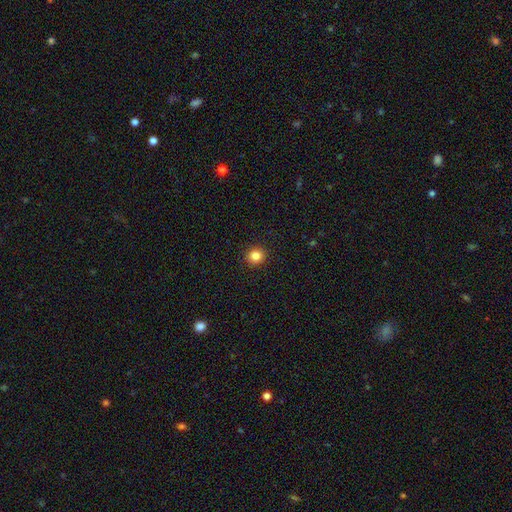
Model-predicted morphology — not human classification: Smooth or featured: smooth — 84% (star or artifact — 11%)
How rounded: round — 89% (in between — 10%)
Merging: none — 92% (minor disturbance — 5%)